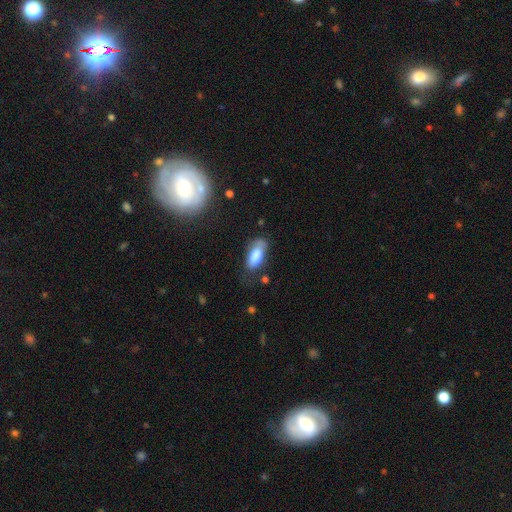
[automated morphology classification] Overall: smooth (81%). How rounded: in between (86%). Merging: none (56%; minor disturbance 29%).